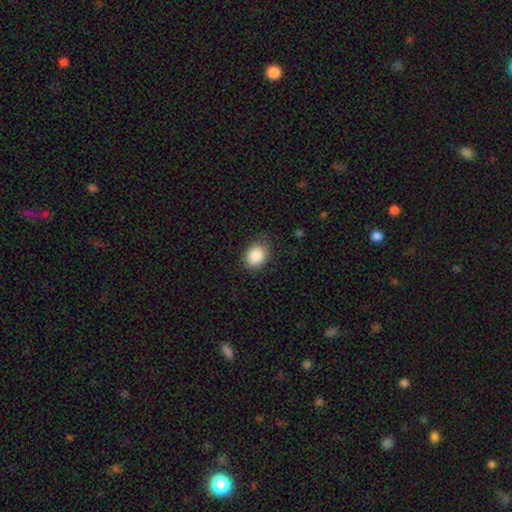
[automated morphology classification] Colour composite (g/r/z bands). It shows a smooth galaxy with no disk features (88%) that is round (53%). Merging: none (78%).